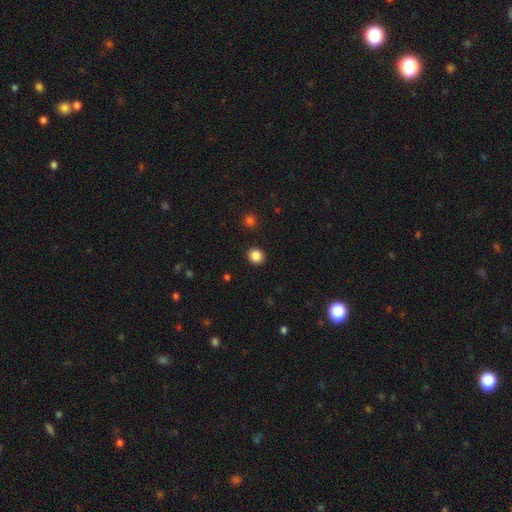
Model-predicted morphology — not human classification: This is clearly a smooth galaxy (86%). How rounded: likely round (78%). Merging: clearly none (92%).